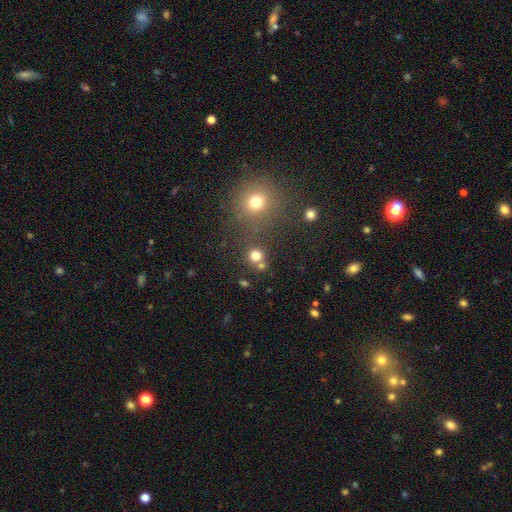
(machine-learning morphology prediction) Smooth or featured? Predicted: smooth (p=0.76). How rounded? Predicted: round (p=0.91). Merging? Predicted: none (p=0.70).